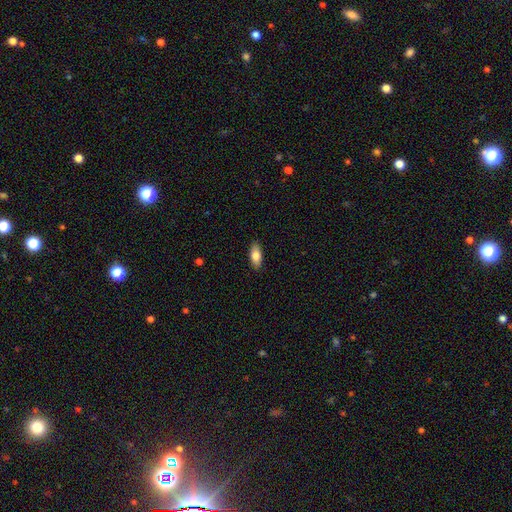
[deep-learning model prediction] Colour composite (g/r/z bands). It shows a smooth galaxy with no disk features (79%) that is in between round and cigar-shaped (82%). Merging: none (88%).